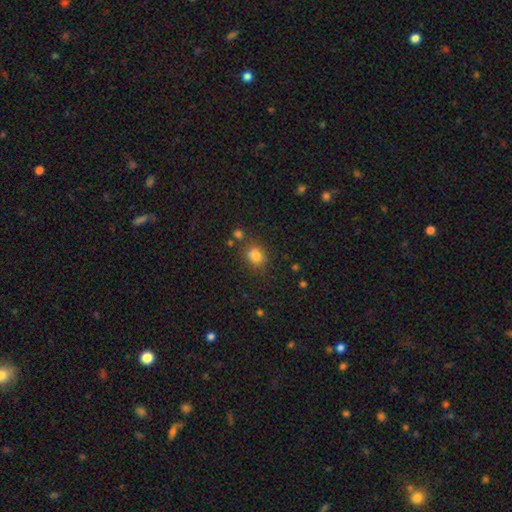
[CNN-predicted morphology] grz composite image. It shows a smooth galaxy with no disk features (81%) that is round (56%). Merging: none (71%).